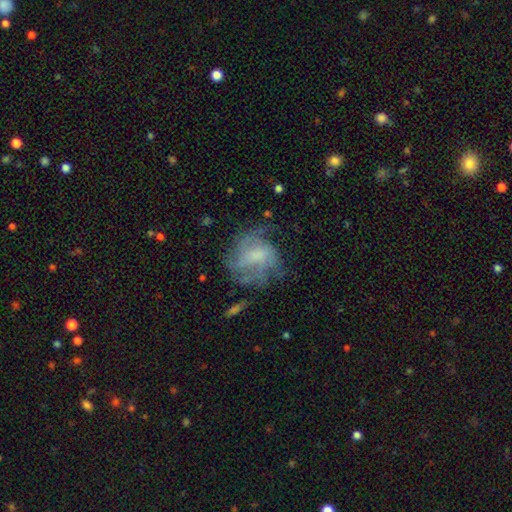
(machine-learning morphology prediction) The model was most divided on "bulge size": none: 34%, moderate: 31%, small: 24%, large: 10%, dominant: 2%. Remaining: edge-on disk — no (97%); spiral arms — yes (72%); smooth or featured — featured or disk (63%); bar — no (54%); merging — none (49%).